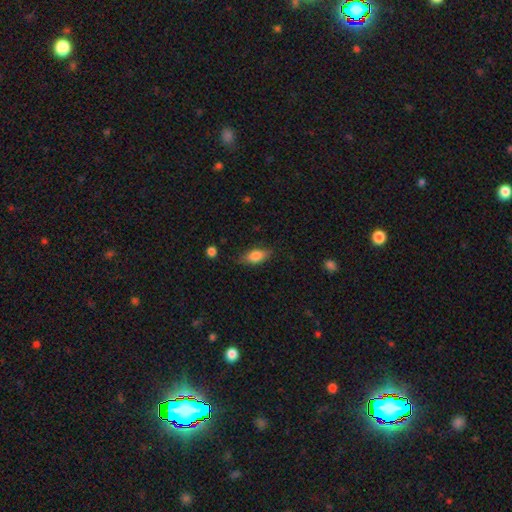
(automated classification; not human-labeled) Overall: smooth (80%). How rounded: in between (83%). Merging: none (77%).